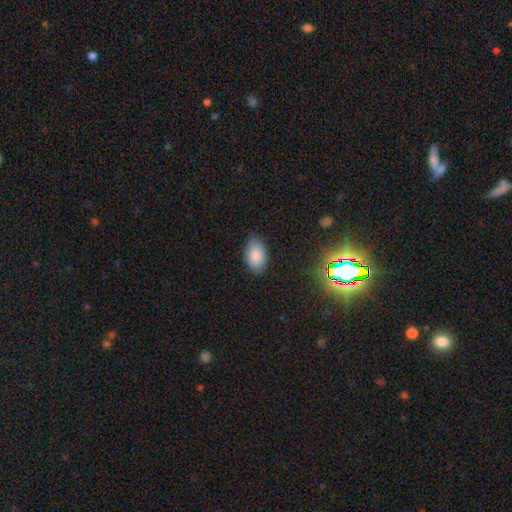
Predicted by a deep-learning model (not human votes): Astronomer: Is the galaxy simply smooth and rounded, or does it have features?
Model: smooth — 86%.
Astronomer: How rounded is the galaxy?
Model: in between — 92%.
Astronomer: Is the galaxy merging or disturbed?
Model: none — 77%.